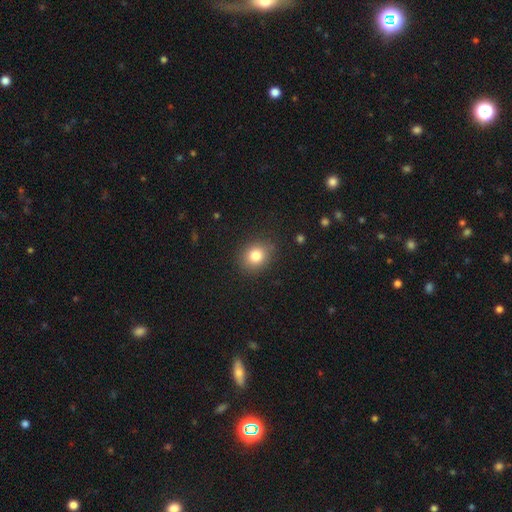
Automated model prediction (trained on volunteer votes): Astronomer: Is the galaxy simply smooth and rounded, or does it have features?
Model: smooth — 82%.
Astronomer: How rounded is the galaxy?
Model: round — 66%.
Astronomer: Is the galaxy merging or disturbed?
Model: none — 86%.